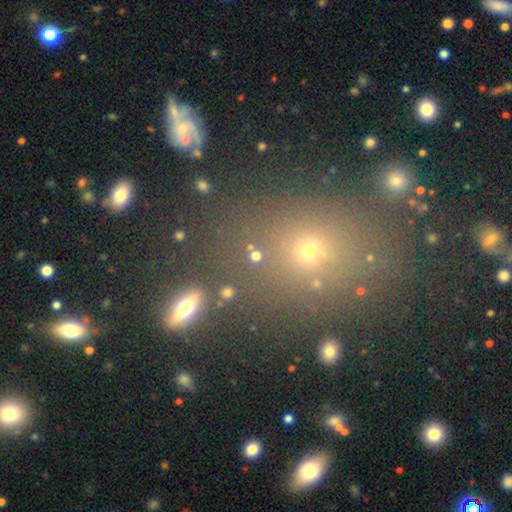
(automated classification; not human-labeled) Smooth or featured? Predicted: smooth (p=0.66). How rounded? Predicted: round (p=0.87). Merging? Predicted: none (p=0.77).